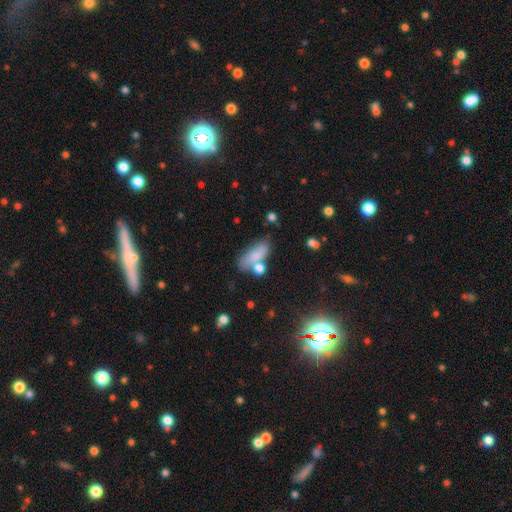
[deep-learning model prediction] The model was most divided on "merging": none: 50%, minor disturbance: 21%, merger: 20%, major disturbance: 9%. More confident: how rounded — in between (77%); smooth or featured — smooth (77%).